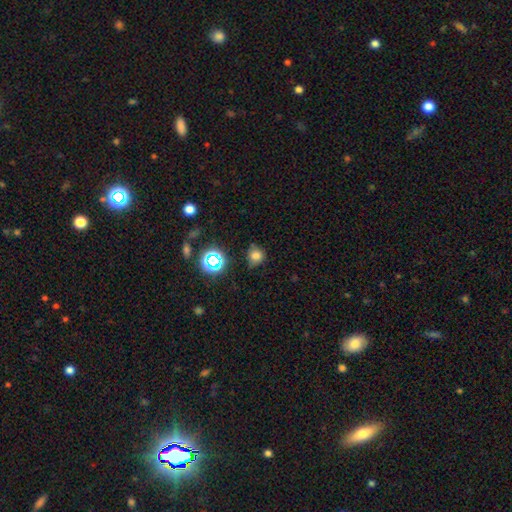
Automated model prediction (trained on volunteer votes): Q: Smooth or featured?
A: smooth (71%); runner-up: star or artifact (20%)
Q: How rounded?
A: round (80%); runner-up: in between (19%)
Q: Merging?
A: none (67%); runner-up: minor disturbance (24%)